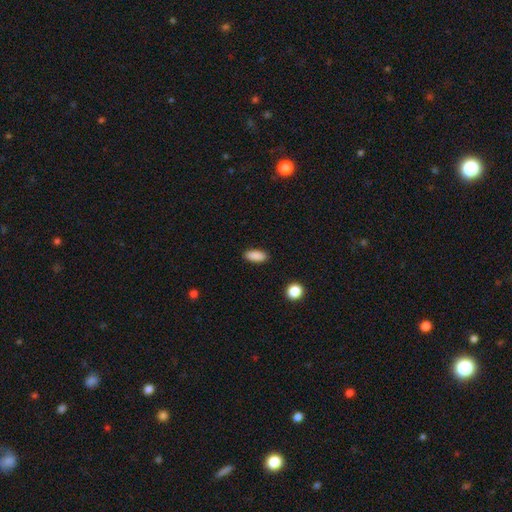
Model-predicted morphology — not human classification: Smooth or featured: smooth — 89% (star or artifact — 8%)
How rounded: in between — 85% (cigar-shaped — 13%)
Merging: none — 89% (minor disturbance — 8%)